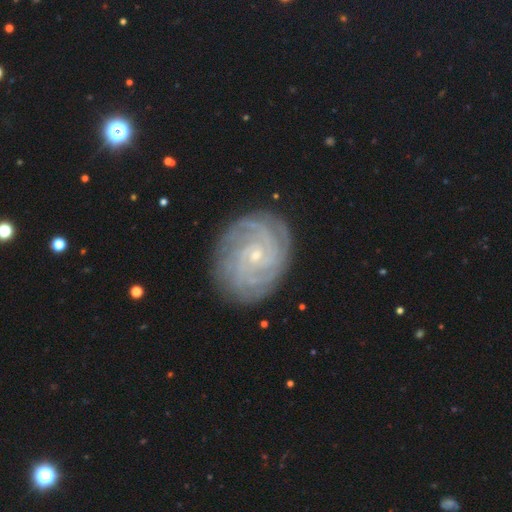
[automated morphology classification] smooth_or_featured: featured or disk (p=0.87) [alt: smooth p=0.07]
disk_edge_on: no (p=0.97) [alt: yes p=0.03]
bar: no (p=0.72) [alt: weak p=0.22]
has_spiral_arms: yes (p=0.98) [alt: no p=0.02]
spiral_winding: tight (p=0.80) [alt: medium p=0.17]
spiral_arm_count: 4 (p=0.24) [tied with: can't tell p=0.24]
bulge_size: small (p=0.82) [alt: moderate p=0.14]
merging: none (p=0.84) [alt: minor disturbance p=0.12]